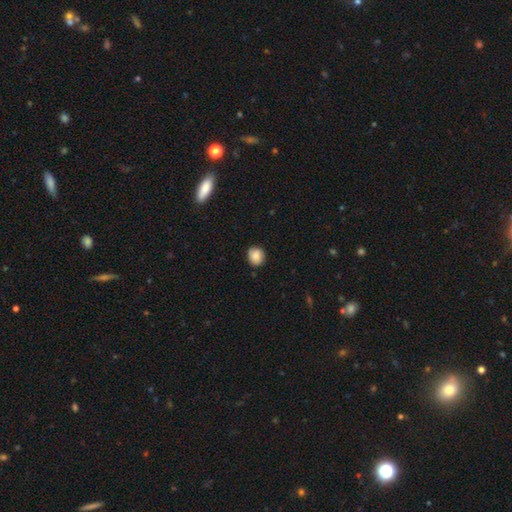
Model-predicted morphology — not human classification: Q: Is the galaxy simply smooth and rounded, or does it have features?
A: smooth — 80%.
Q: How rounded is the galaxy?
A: round — 74%.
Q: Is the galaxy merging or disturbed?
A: none — 78%.